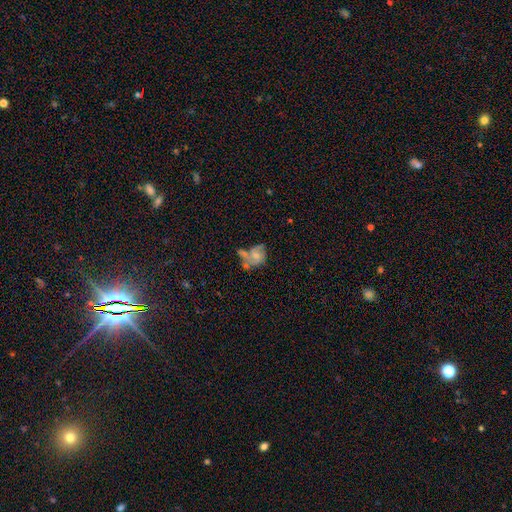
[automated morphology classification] Smooth or featured? featured or disk (48%)
Merging? merger (33%)